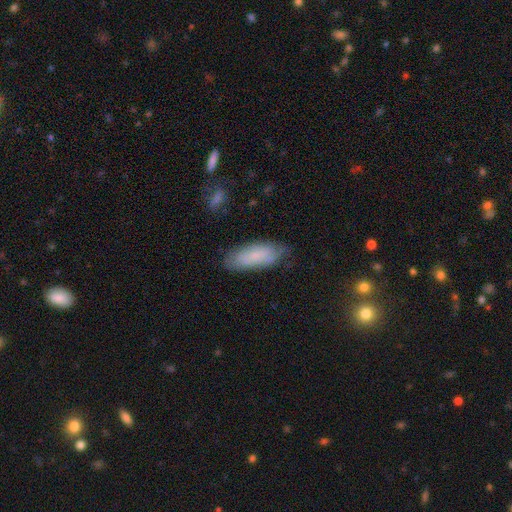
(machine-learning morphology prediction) smooth 72%, featured or disk 21%, star or artifact 7%. Down the decision tree: how rounded — in between (73%); merging — none (71%).